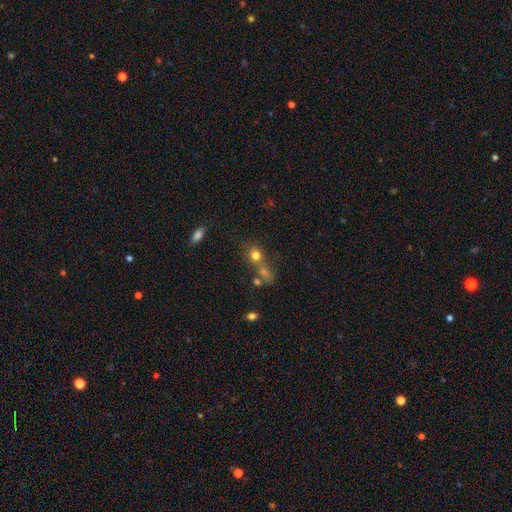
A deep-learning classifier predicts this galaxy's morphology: Smooth or featured?
  - smooth: 74% *
  - star or artifact: 15%
  - featured or disk: 11%
How rounded?
  - round: 75% *
  - in between: 22%
  - cigar-shaped: 2%
Merging?
  - merger: 45% *
  - none: 41%
  - minor disturbance: 8%
  - major disturbance: 5%